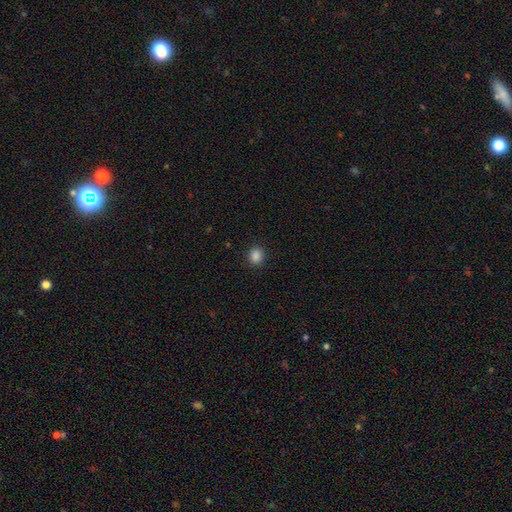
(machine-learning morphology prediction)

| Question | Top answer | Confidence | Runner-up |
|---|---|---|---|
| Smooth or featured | smooth | 86% | star or artifact (11%) |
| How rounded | round | 83% | in between (16%) |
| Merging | none | 91% | minor disturbance (6%) |